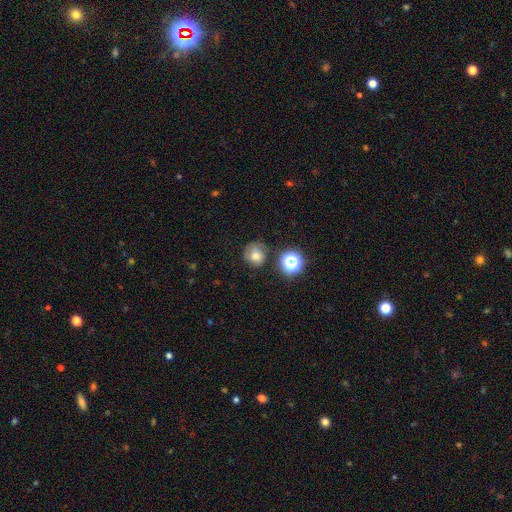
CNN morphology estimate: Smooth or featured? smooth (72%)
How rounded? round (84%)
Merging? none (69%)